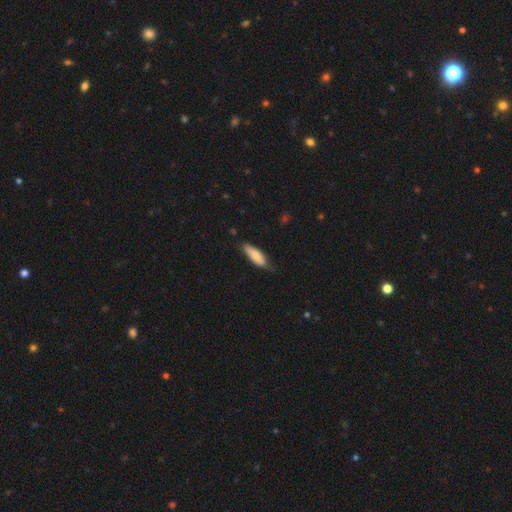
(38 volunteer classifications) Smooth or featured: smooth — 74% (featured or disk — 21%)
How rounded: in between — 64% (cigar-shaped — 36%)
Merging: none — 53% (minor disturbance — 39%)